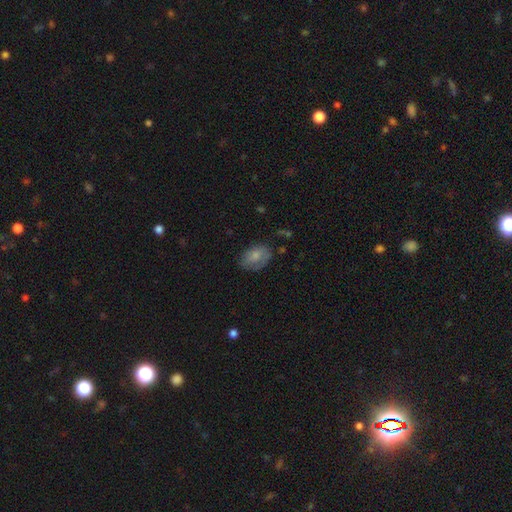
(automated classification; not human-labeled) A smooth galaxy with no disk features (71%) that is in between round and cigar-shaped (82%).

Vote fractions:
- Smooth or featured? smooth: 71% / featured or disk: 21% / star or artifact: 8%
- How rounded? in between: 82% / round: 16% / cigar-shaped: 1%
- Merging? none: 62% / minor disturbance: 26% / major disturbance: 9% / merger: 2%